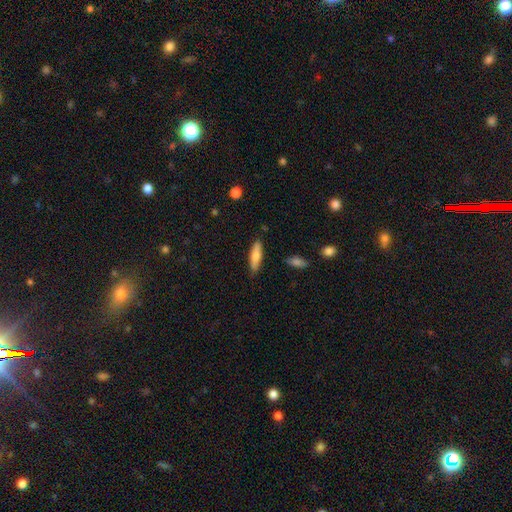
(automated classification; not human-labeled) smooth 70%, featured or disk 24%, star or artifact 6%. Down the decision tree: how rounded — cigar-shaped (65%); merging — none (85%).